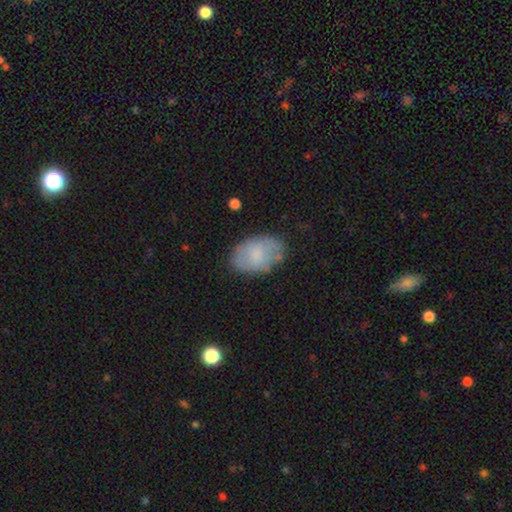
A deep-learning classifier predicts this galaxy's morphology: This is likely a smooth galaxy (72%). How rounded: clearly in between (89%). Merging: likely none (70%).